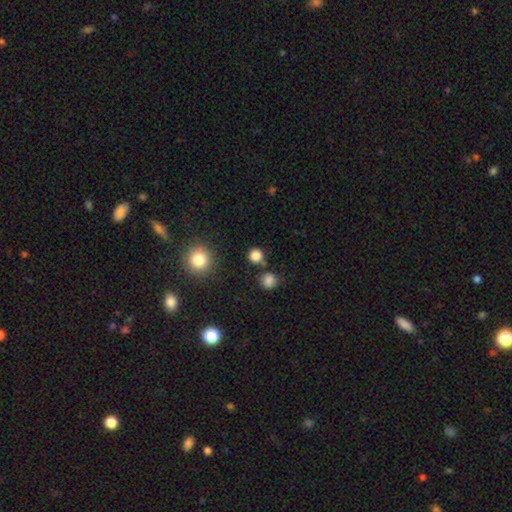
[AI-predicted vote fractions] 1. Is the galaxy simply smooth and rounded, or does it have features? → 82% smooth, 14% star or artifact, 4% featured or disk.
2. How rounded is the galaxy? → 92% round, 7% in between, 1% cigar-shaped.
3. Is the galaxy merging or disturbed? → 80% none, 9% merger, 8% minor disturbance, 3% major disturbance.